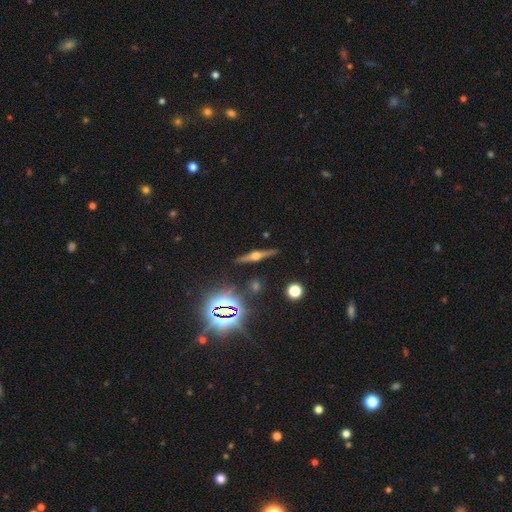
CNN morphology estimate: Q: Smooth or featured?
A: featured or disk (70%); runner-up: smooth (16%)
Q: Edge-on disk?
A: yes (97%); runner-up: no (3%)
Q: Edge-on bulge?
A: rounded (93%); runner-up: boxy (5%)
Q: Merging?
A: none (88%); runner-up: minor disturbance (8%)